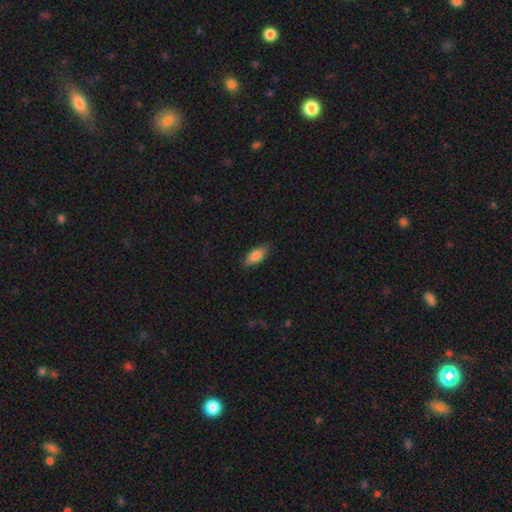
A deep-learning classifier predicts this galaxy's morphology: The model was most divided on "how rounded": in between: 80%, cigar-shaped: 17%, round: 2%. More confident: merging — none (84%); smooth or featured — smooth (84%).